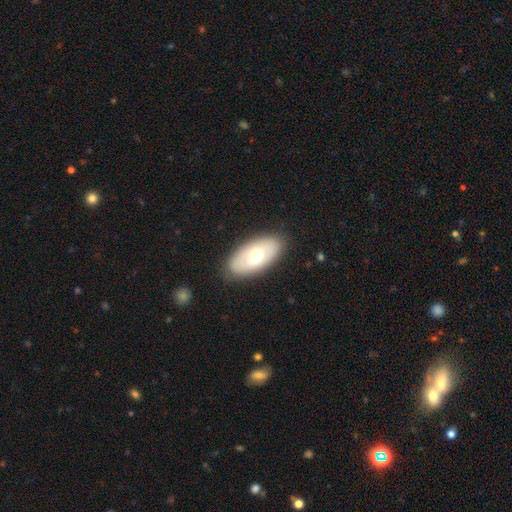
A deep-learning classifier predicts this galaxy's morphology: Q: Smooth or featured?
A: smooth (54%); runner-up: featured or disk (40%)
Q: How rounded?
A: in between (93%); runner-up: cigar-shaped (4%)
Q: Merging?
A: none (85%); runner-up: minor disturbance (11%)